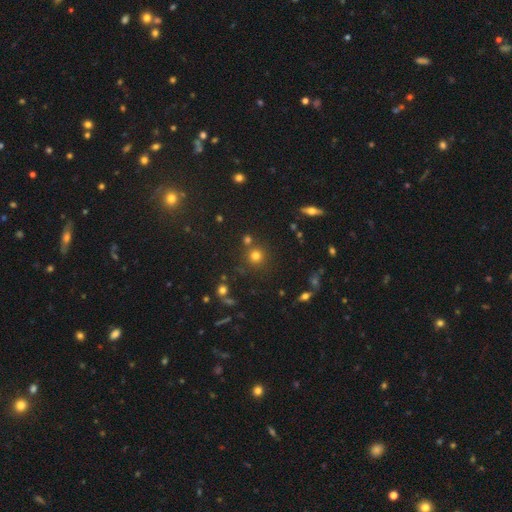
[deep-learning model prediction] The model was most divided on "smooth or featured": smooth: 73%, star or artifact: 20%, featured or disk: 8%. More confident: how rounded — round (93%); merging — none (79%).